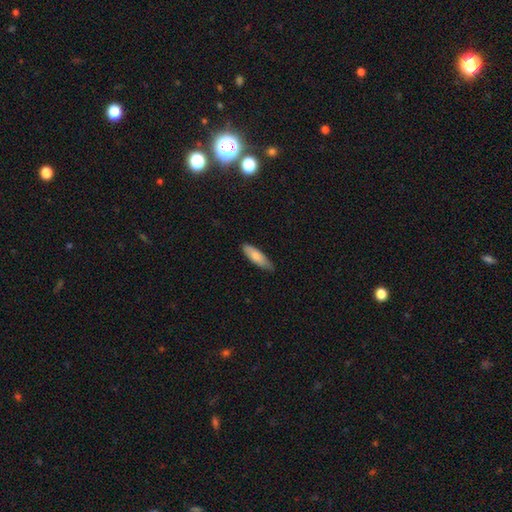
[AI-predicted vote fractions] Smooth or featured: smooth — 78% (featured or disk — 17%)
How rounded: cigar-shaped — 50% (in between — 48%)
Merging: none — 72% (minor disturbance — 24%)